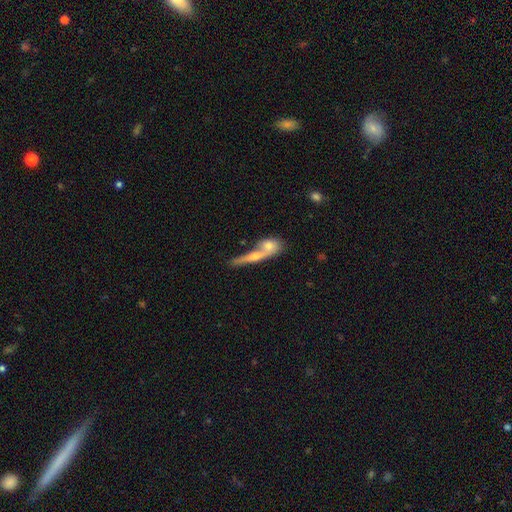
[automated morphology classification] The model was most divided on "smooth or featured": featured or disk: 46%, smooth: 45%, star or artifact: 9%. More confident: merging — merger (53%).